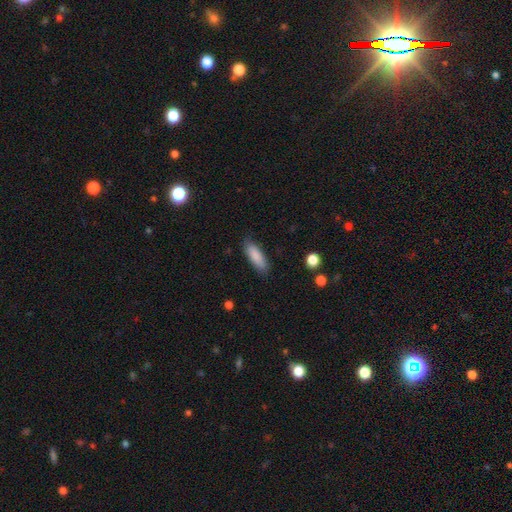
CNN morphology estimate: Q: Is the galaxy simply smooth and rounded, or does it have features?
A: smooth — 86%.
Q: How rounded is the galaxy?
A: in between — 56%.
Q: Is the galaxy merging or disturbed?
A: none — 84%.